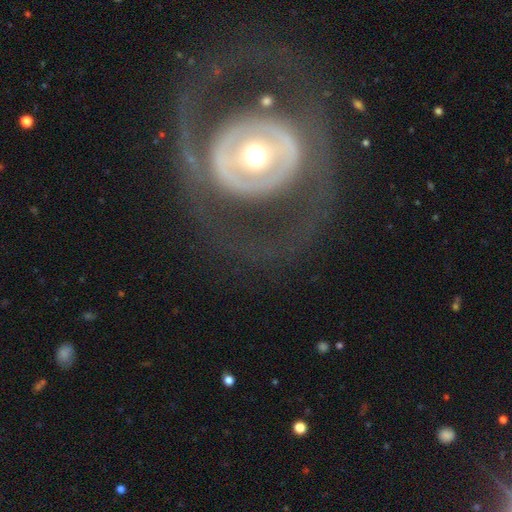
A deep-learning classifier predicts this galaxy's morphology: Smooth or featured? featured or disk (75%)
Edge-on disk? no (95%)
Bar? no (59%)
Spiral arms? no (60%)
Bulge size? moderate (65%)
Merging? none (73%)